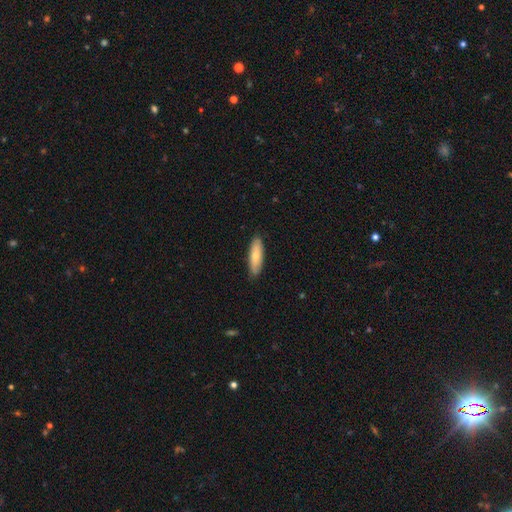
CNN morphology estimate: Q: Smooth or featured?
A: smooth (71%); runner-up: featured or disk (24%)
Q: How rounded?
A: in between (54%); runner-up: cigar-shaped (45%)
Q: Merging?
A: none (86%); runner-up: minor disturbance (11%)